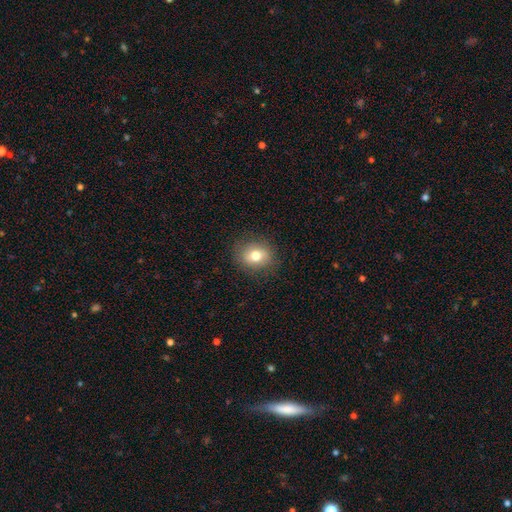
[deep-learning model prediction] This is likely a smooth galaxy (74%). How rounded: likely round (64%). Merging: clearly none (85%).